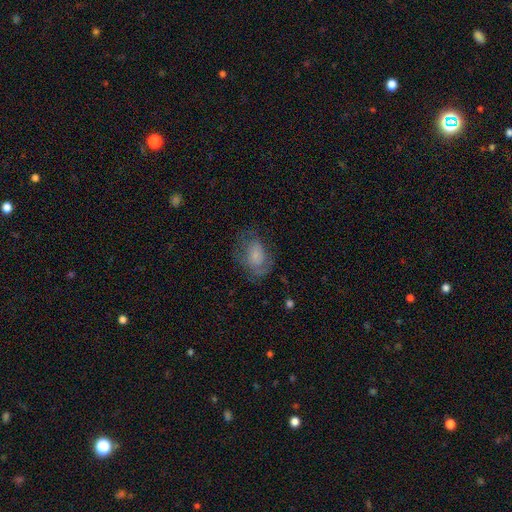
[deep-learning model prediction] smooth_or_featured: smooth (p=0.50) [alt: featured or disk p=0.41]
merging: none (p=0.50) [alt: minor disturbance p=0.24]